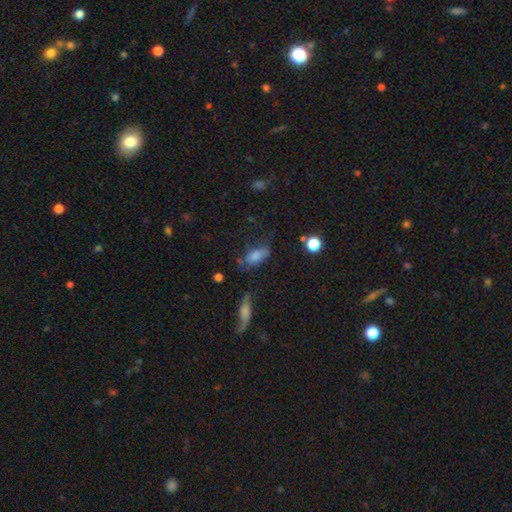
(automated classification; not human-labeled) Smooth or featured: smooth — 72% (featured or disk — 17%)
How rounded: in between — 79% (cigar-shaped — 16%)
Merging: none — 44% (minor disturbance — 29%)